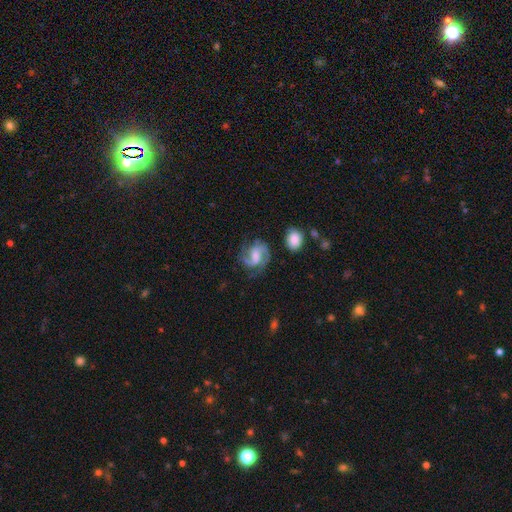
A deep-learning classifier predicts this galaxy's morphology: The model was most divided on "bulge size": moderate: 31%, none: 26%, small: 21%, large: 19%, dominant: 2%. Remaining: edge-on disk — no (98%); spiral arms — yes (96%); smooth or featured — featured or disk (83%); spiral arm count — 2 (74%); merging — none (67%); spiral winding — medium (54%); bar — weak (48%).